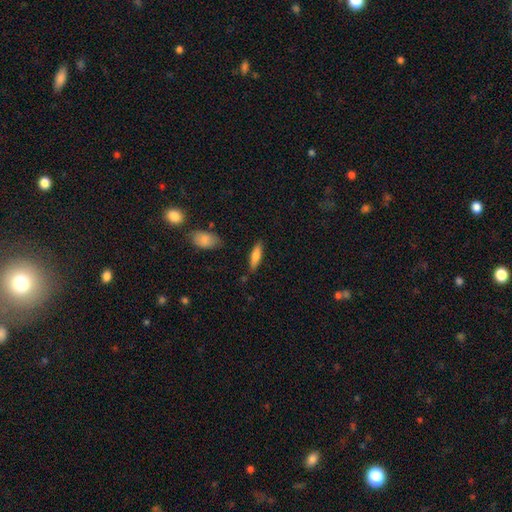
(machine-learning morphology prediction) The model was most divided on "how rounded": cigar-shaped: 62%, in between: 37%, round: 2%. More confident: merging — none (81%); smooth or featured — smooth (74%).